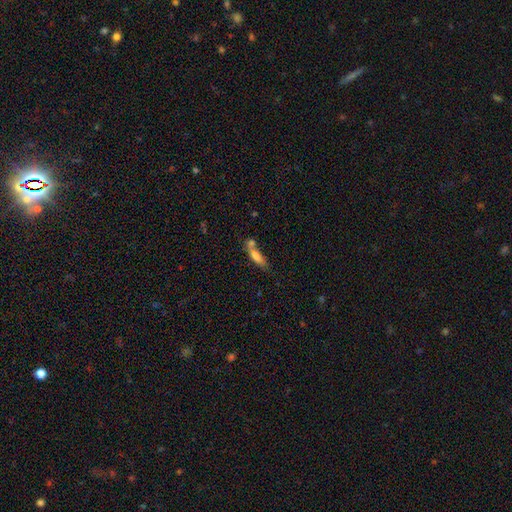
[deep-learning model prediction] smooth 73%, featured or disk 19%, star or artifact 8%. Down the decision tree: how rounded — cigar-shaped (64%); merging — none (42%).